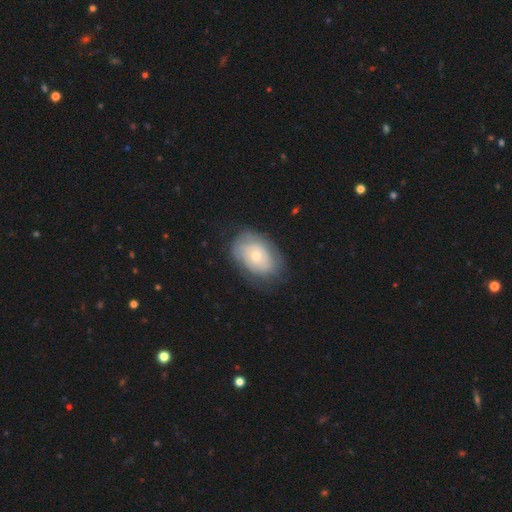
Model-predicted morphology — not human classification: Smooth or featured? Predicted: featured or disk (p=0.50). Merging? Predicted: none (p=0.70).